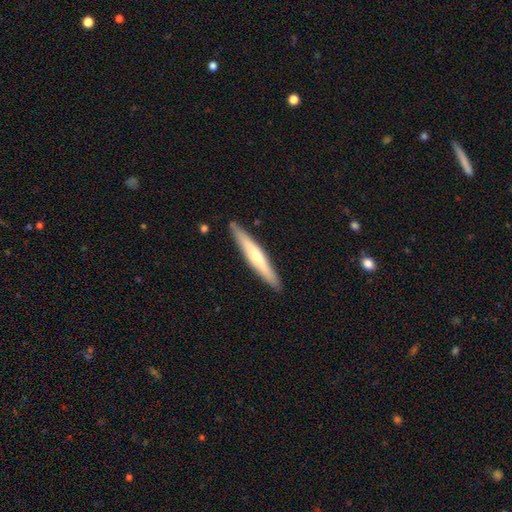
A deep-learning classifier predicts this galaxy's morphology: Q: Smooth or featured?
A: featured or disk (51%); runner-up: smooth (42%)
Q: Edge-on disk?
A: yes (94%); runner-up: no (6%)
Q: Merging?
A: none (90%); runner-up: minor disturbance (8%)